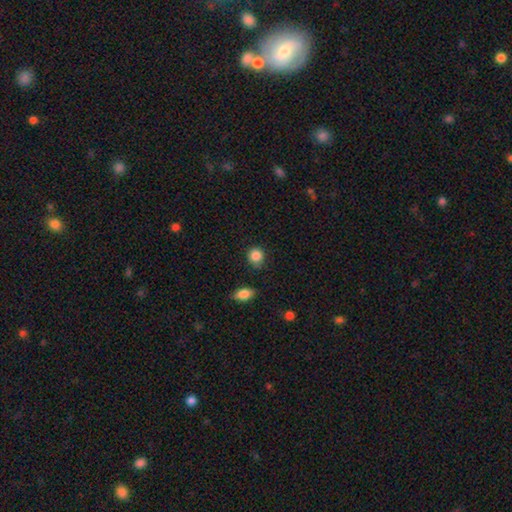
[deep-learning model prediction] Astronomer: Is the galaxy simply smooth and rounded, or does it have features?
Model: smooth — 87%.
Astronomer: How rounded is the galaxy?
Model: round — 86%.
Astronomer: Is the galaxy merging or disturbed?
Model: none — 82%.